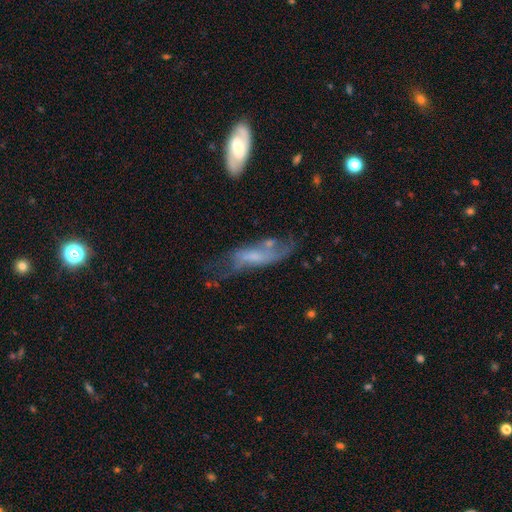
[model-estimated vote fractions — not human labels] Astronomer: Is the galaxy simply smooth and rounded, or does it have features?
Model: featured or disk — 54% (runner-up: smooth, 35%).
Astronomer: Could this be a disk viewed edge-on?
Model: no — 75%.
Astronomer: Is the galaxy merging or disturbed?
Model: none — 40% (runner-up: minor disturbance, 27%).